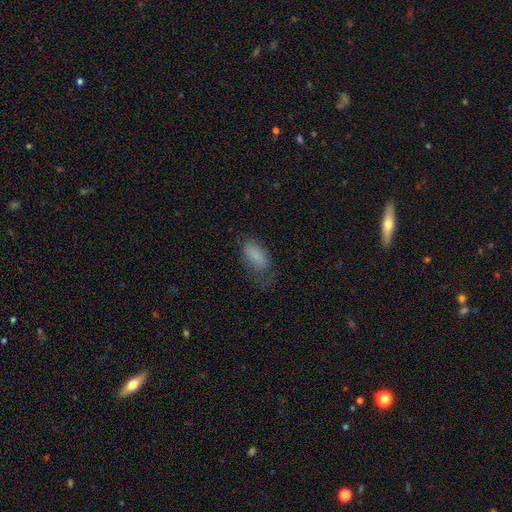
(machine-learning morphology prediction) A smooth galaxy with no disk features (78%) that is in between round and cigar-shaped (92%).

Vote fractions:
- Smooth or featured? smooth: 78% / featured or disk: 13% / star or artifact: 9%
- How rounded? in between: 92% / cigar-shaped: 5% / round: 3%
- Merging? none: 39% / minor disturbance: 31% / major disturbance: 28% / merger: 2%